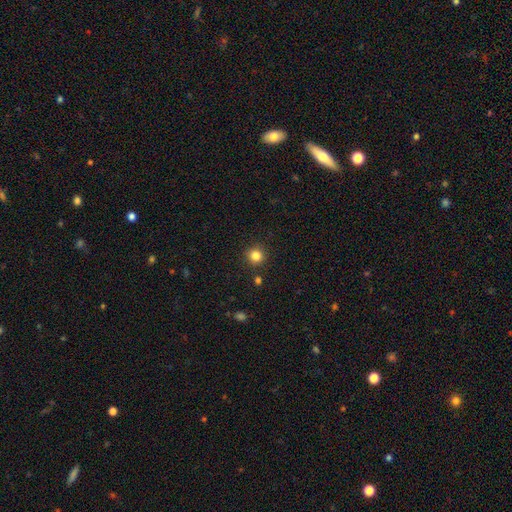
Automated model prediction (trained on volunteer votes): A smooth galaxy with no disk features (83%) that is round (93%). Merging: none (89%).